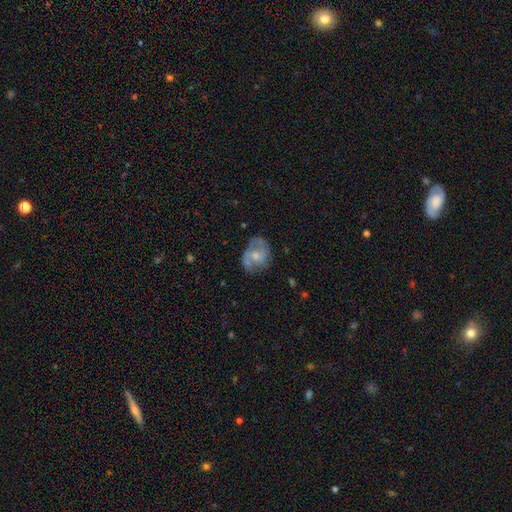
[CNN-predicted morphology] This appears to be a featured or disk galaxy (60%) with no bar (67%), spiral arms (72%) and a moderate central bulge (48%). Merging: none (56%).